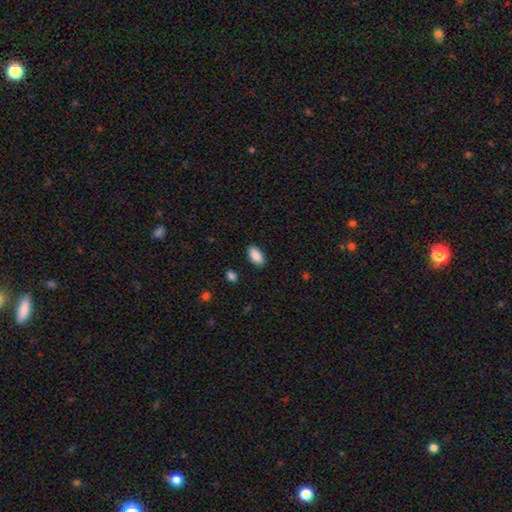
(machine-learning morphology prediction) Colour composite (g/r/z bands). It shows a smooth galaxy with no disk features (88%) that is in between round and cigar-shaped (94%). Merging: none (87%).